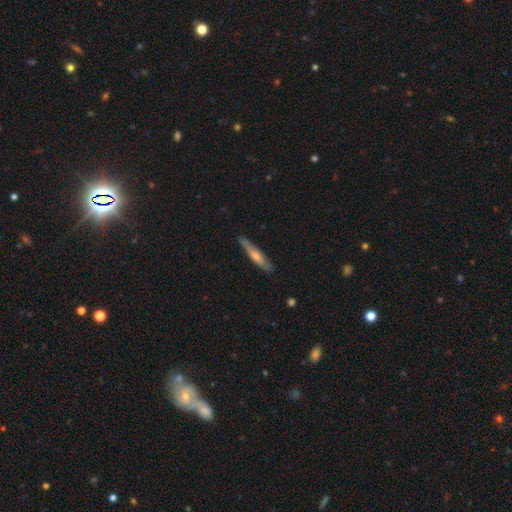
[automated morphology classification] Smooth or featured? featured or disk (50%)
Edge-on disk? yes (89%)
Merging? none (85%)